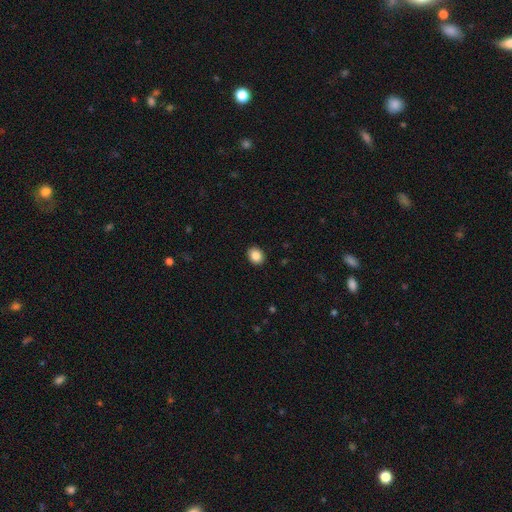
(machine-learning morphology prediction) This is clearly a smooth galaxy (86%). How rounded: possibly round (56%). Merging: clearly none (92%).